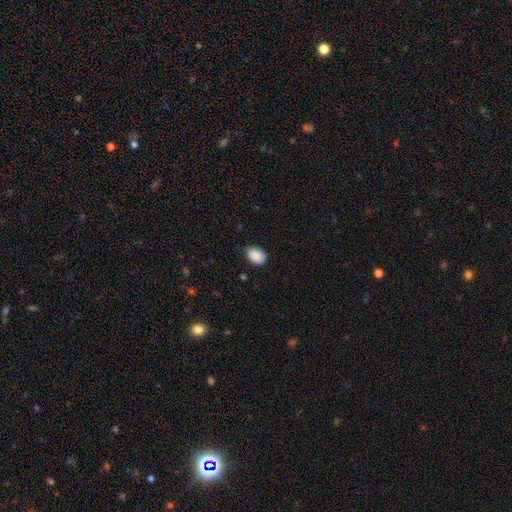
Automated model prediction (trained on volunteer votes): A smooth galaxy with no disk features (90%) that is in between round and cigar-shaped (79%). Merging: none (76%).